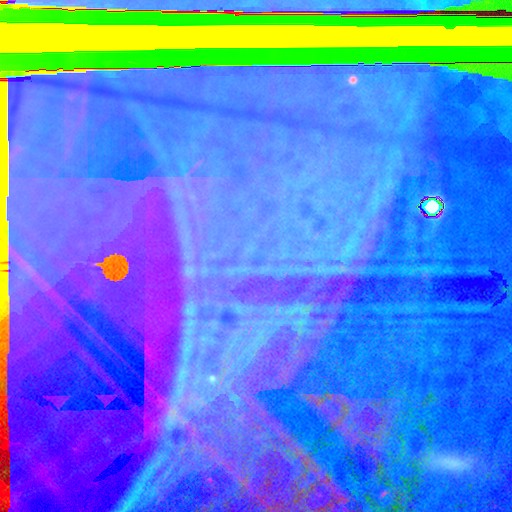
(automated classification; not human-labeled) Smooth or featured? Predicted: star or artifact (p=0.88).